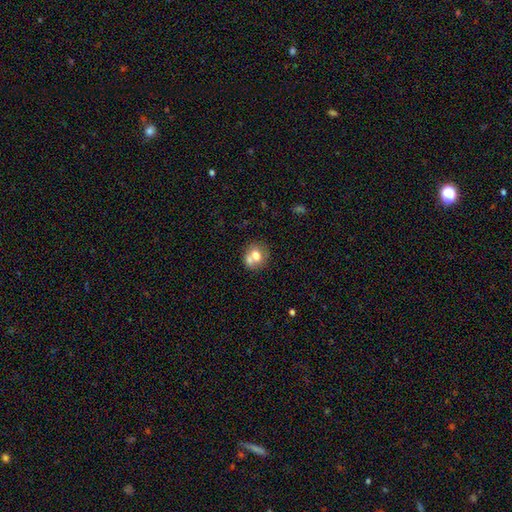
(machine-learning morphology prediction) This appears to be a smooth galaxy with no disk features (67%) that is round (74%). Merging: none (50%).